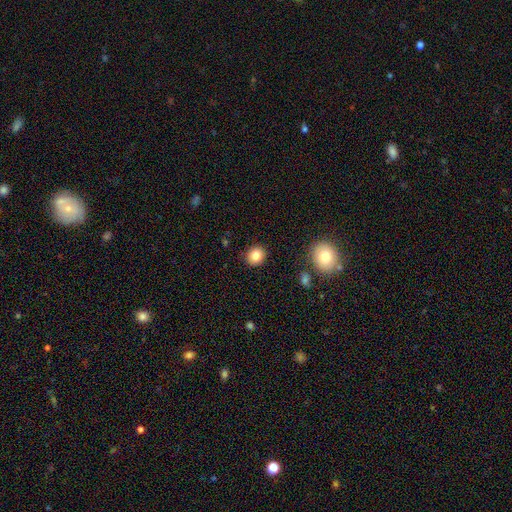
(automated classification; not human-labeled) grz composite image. It shows a smooth galaxy with no disk features (83%) that is round (79%). Merging: none (90%).